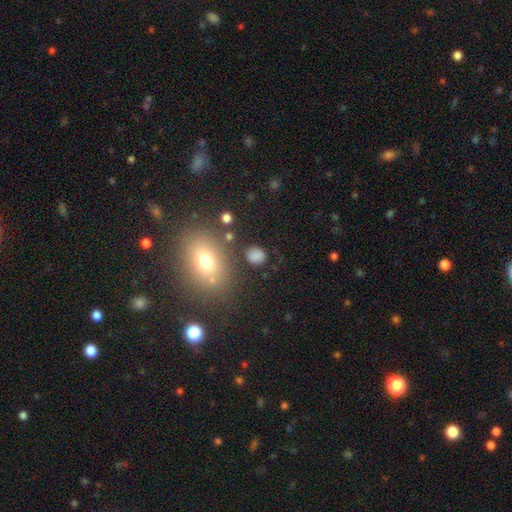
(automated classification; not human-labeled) A smooth galaxy with no disk features (80%) that is round (63%). Merging: none (79%).